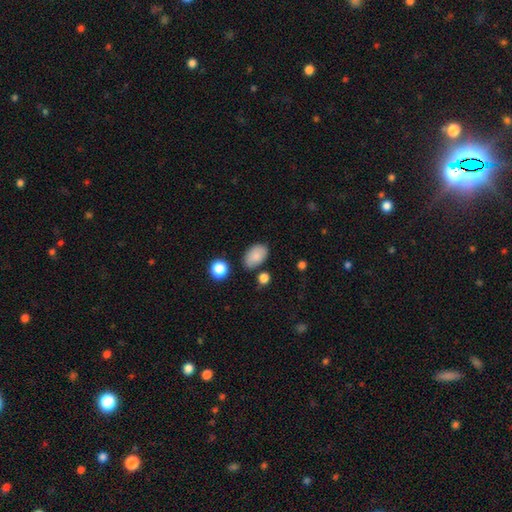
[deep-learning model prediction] Q: Smooth or featured?
A: smooth (85%); runner-up: star or artifact (8%)
Q: How rounded?
A: in between (90%); runner-up: round (9%)
Q: Merging?
A: none (77%); runner-up: minor disturbance (14%)